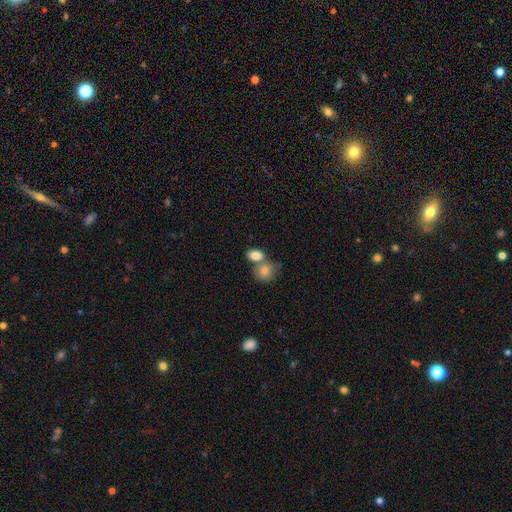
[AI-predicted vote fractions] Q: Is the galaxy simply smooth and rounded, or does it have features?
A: smooth — 84%.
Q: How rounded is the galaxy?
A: in between — 74%.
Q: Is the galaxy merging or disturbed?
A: merger — 48%.